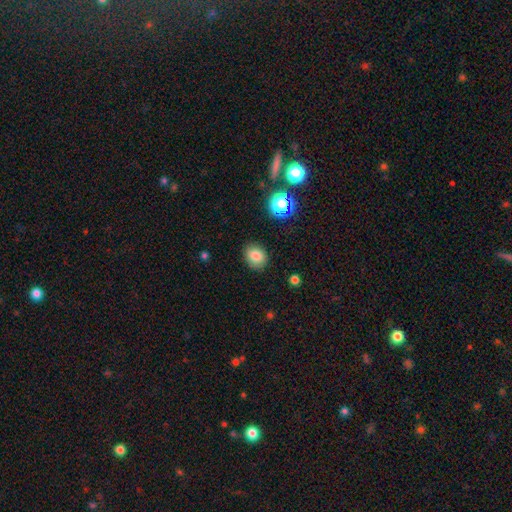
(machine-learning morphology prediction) smooth-or-featured: smooth: 82% | star or artifact: 11% | featured or disk: 7%
  how-rounded: round: 51% | in between: 49% | cigar-shaped: 1%
  merging: none: 85% | minor disturbance: 11% | major disturbance: 3% | merger: 1%